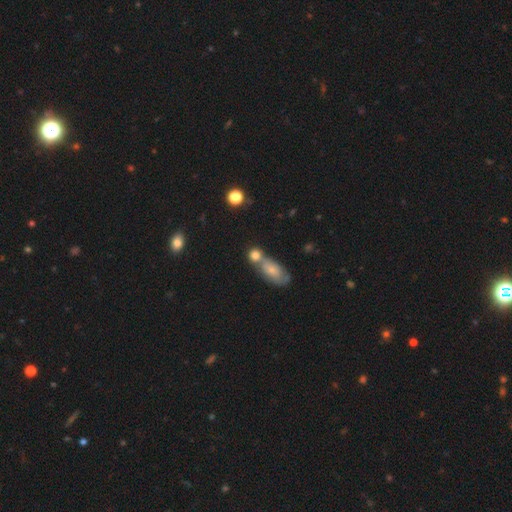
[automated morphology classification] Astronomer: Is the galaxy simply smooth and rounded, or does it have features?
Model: smooth — 76%.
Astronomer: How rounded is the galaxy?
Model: round — 64%.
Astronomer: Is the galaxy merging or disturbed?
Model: merger — 43%, tied with none at 43%.